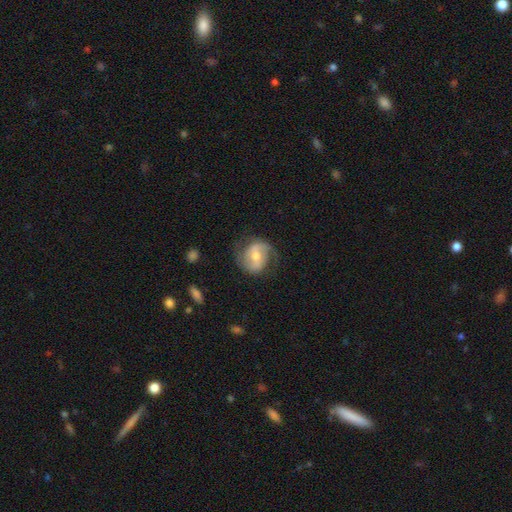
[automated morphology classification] smooth-or-featured: featured or disk: 76% | smooth: 17% | star or artifact: 6%
  disk-edge-on: no: 97% | yes: 3%
    bar: weak: 44% | no: 30% | strong: 26%
    has-spiral-arms: yes: 90% | no: 10%
      spiral-winding: medium: 46% | loose: 28% | tight: 26%
      spiral-arm-count: 2: 85% | can't tell: 7% | 1: 4% | 3: 2% | 4: 1% | more than 4: 1%
    bulge-size: moderate: 63% | small: 32% | large: 3% | none: 1% | dominant: 1%
  merging: none: 71% | minor disturbance: 18% | major disturbance: 9% | merger: 1%